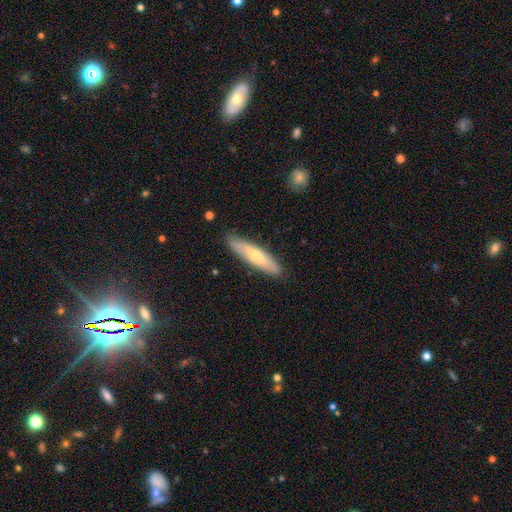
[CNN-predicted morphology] type=smooth (46%); merging=none (87%).